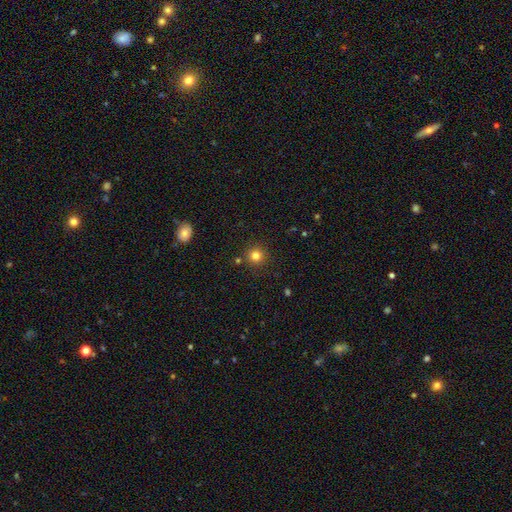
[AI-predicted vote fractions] Smooth or featured? Predicted: smooth (p=0.80). How rounded? Predicted: round (p=0.94). Merging? Predicted: none (p=0.87).